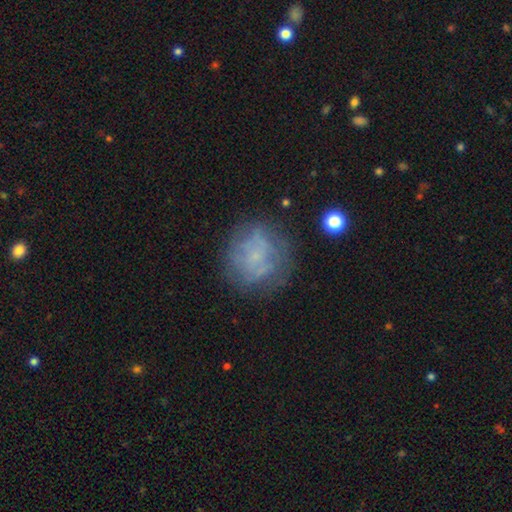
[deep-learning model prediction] Smooth or featured? Predicted: featured or disk (p=0.45). Merging? Predicted: none (p=0.67).